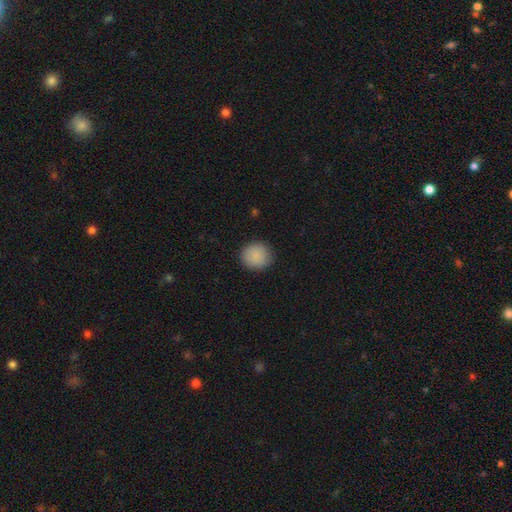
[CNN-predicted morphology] smooth 88%, star or artifact 8%, featured or disk 4%. Down the decision tree: how rounded — round (87%); merging — none (87%).